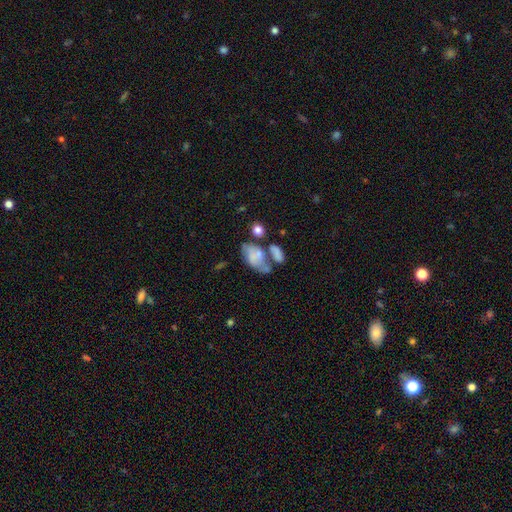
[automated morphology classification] The model was most divided on "smooth or featured": smooth: 49%, featured or disk: 42%, star or artifact: 9%. Remaining: merging — merger (35%).